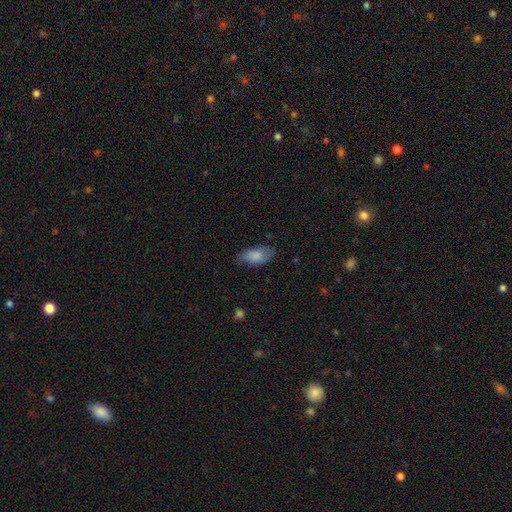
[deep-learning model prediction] Morphology: type=smooth (83%); roundness=in between (90%); merging=none (73%).